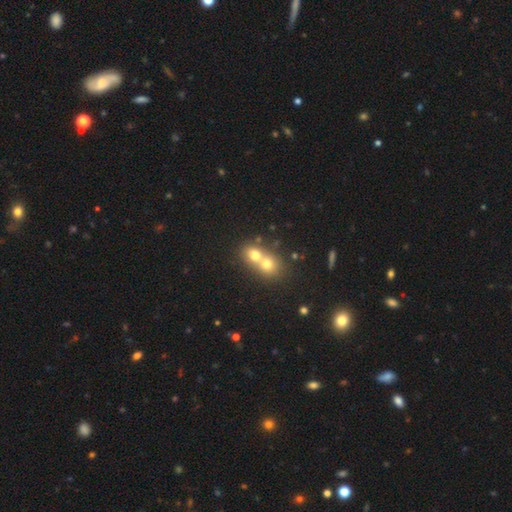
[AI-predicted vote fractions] Smooth or featured: smooth — 67% (featured or disk — 19%)
How rounded: round — 69% (in between — 30%)
Merging: merger — 71% (none — 23%)